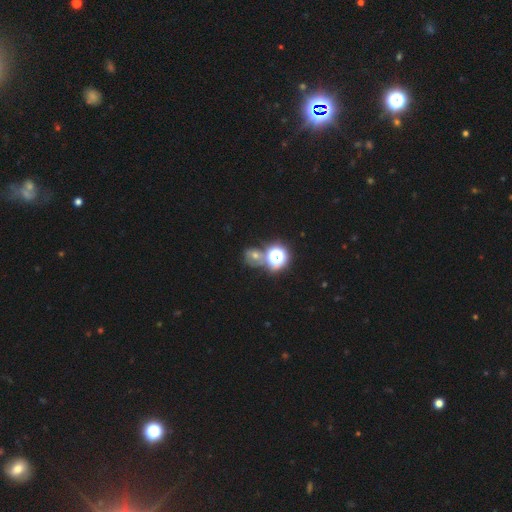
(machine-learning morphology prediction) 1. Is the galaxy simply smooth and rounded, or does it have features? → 53% star or artifact, 33% smooth, 15% featured or disk.